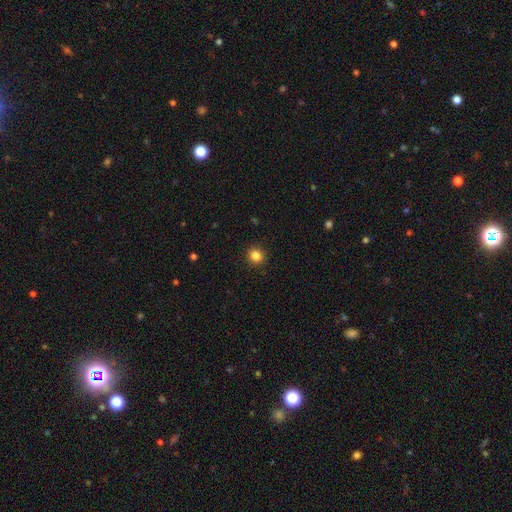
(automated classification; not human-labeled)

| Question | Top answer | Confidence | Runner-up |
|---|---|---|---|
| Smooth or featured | smooth | 85% | star or artifact (11%) |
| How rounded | round | 88% | in between (11%) |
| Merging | none | 92% | minor disturbance (6%) |